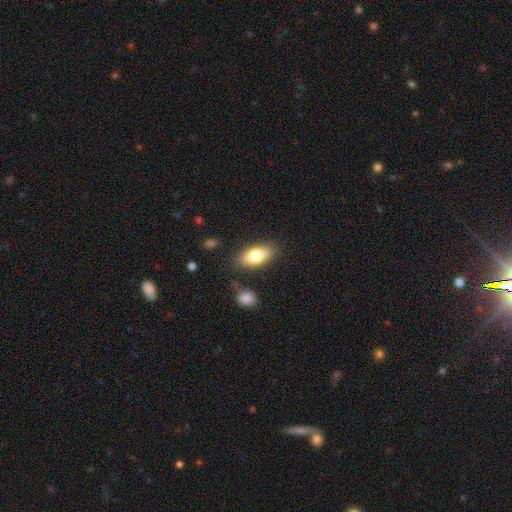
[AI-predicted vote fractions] Morphology: type=smooth (76%); roundness=in between (88%); merging=none (83%).